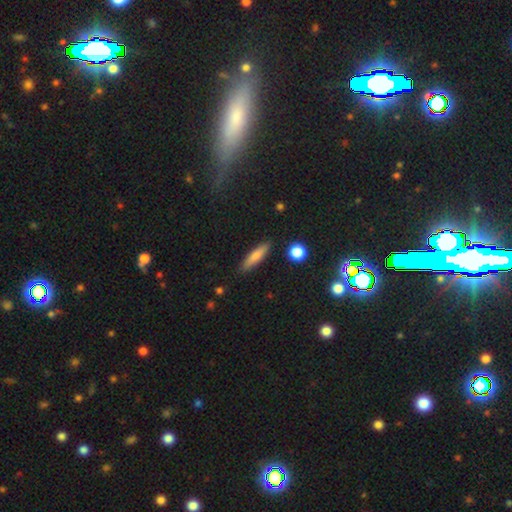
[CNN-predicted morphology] Smooth or featured: smooth — 72% (featured or disk — 21%)
How rounded: cigar-shaped — 77% (in between — 21%)
Merging: none — 88% (minor disturbance — 8%)